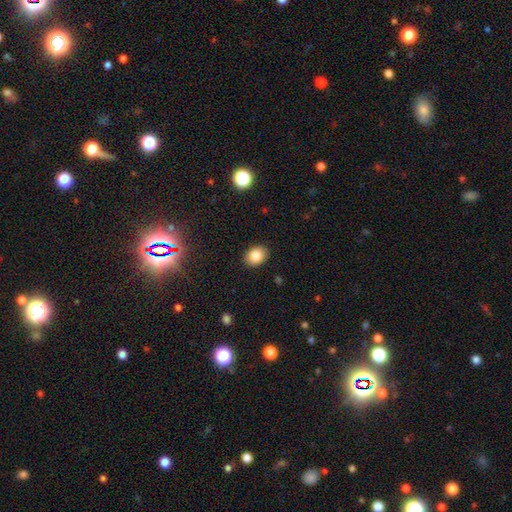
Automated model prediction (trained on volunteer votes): smooth 85%, star or artifact 9%, featured or disk 6%. Down the decision tree: how rounded — in between (63%); merging — none (90%).